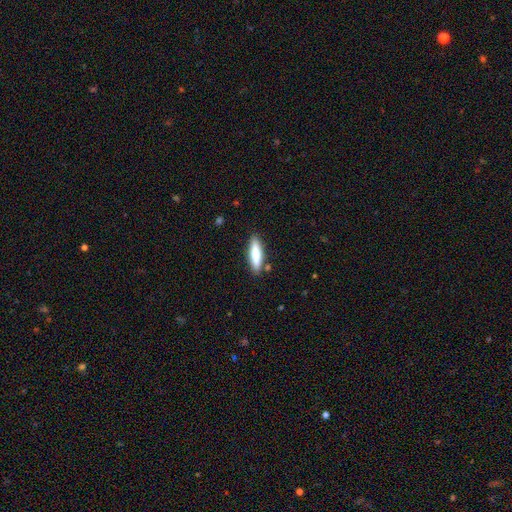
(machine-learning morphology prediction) The model was most divided on "how rounded": cigar-shaped: 67%, in between: 31%, round: 2%. More confident: merging — none (86%); smooth or featured — smooth (70%).